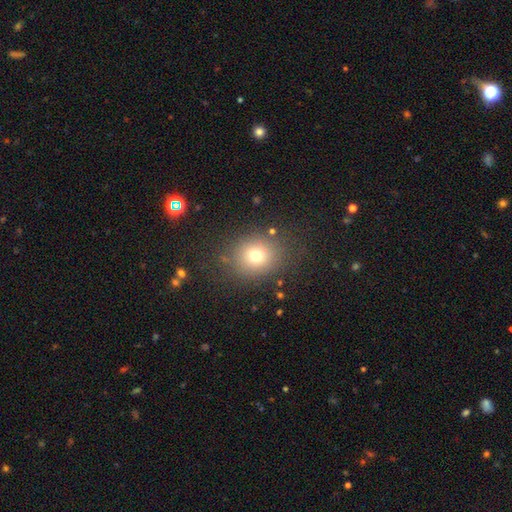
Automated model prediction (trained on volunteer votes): Overall: smooth (72%). How rounded: round (73%). Merging: none (82%).